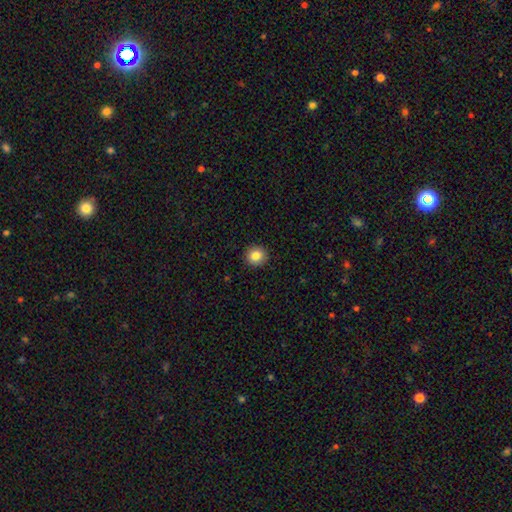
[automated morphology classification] Smooth or featured?
  - smooth: 84% *
  - star or artifact: 10%
  - featured or disk: 6%
How rounded?
  - round: 90% *
  - in between: 9%
  - cigar-shaped: 1%
Merging?
  - none: 92% *
  - minor disturbance: 5%
  - major disturbance: 2%
  - merger: 1%